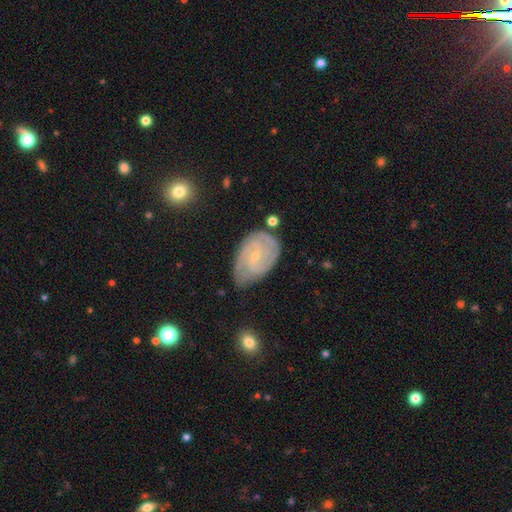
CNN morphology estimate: This is clearly a featured or disk galaxy (83%). It is clearly not viewed edge-on (97%). Bar: possibly no (57%). Spiral arm pattern: clearly yes (96%). Spiral arm count: marginally 2 (40%). Spiral winding: likely tight (68%). Central bulge: likely small (79%). Merging: likely none (65%).